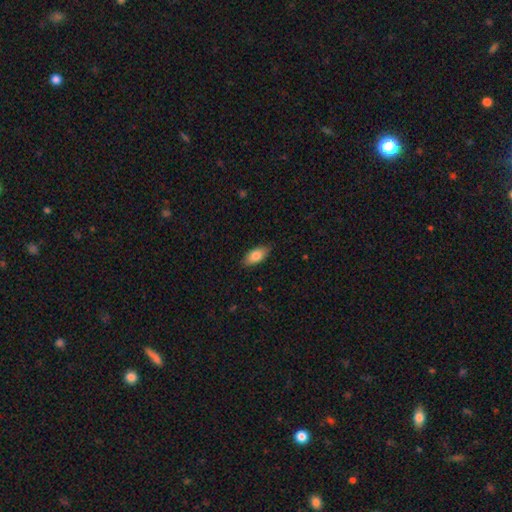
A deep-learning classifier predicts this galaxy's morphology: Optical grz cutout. It shows a smooth galaxy with no disk features (80%) that is in between round and cigar-shaped (87%). Merging: none (86%).